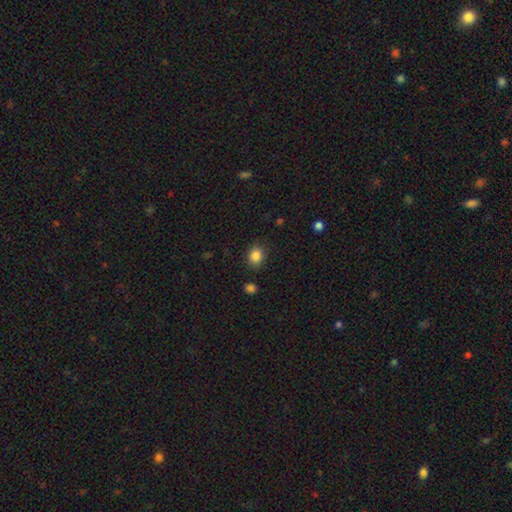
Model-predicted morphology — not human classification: Smooth or featured? smooth (85%)
How rounded? round (59%)
Merging? none (84%)